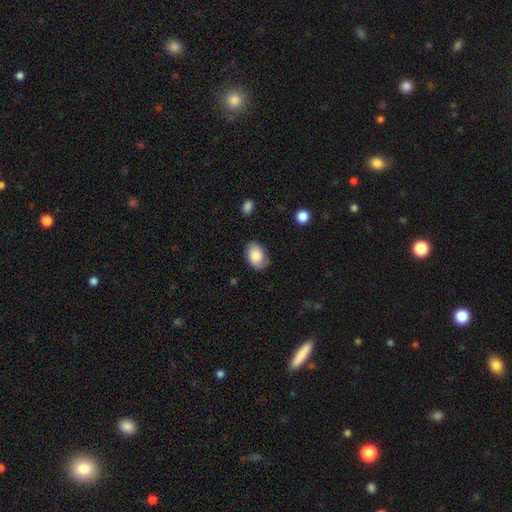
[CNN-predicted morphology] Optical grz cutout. It shows a smooth galaxy with no disk features (78%) that is in between round and cigar-shaped (85%). Merging: none (72%).